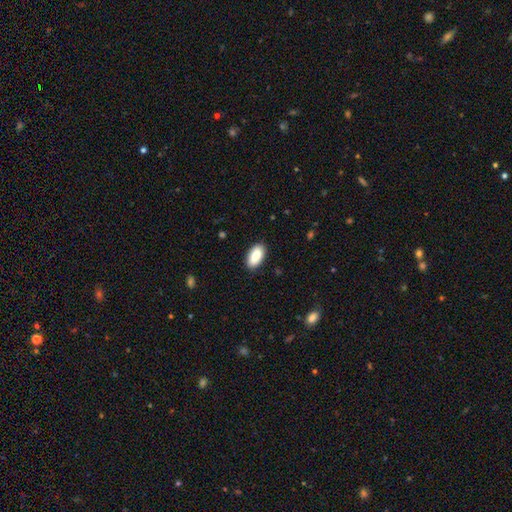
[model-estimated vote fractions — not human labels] Smooth or featured?
  - smooth: 88% *
  - star or artifact: 6%
  - featured or disk: 6%
How rounded?
  - in between: 94% *
  - cigar-shaped: 3%
  - round: 2%
Merging?
  - none: 88% *
  - minor disturbance: 9%
  - major disturbance: 2%
  - merger: 1%